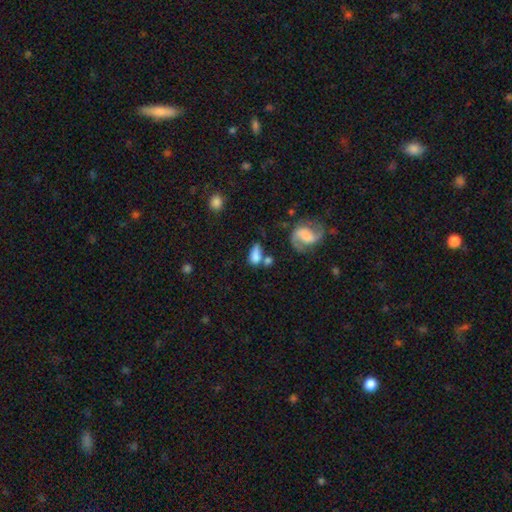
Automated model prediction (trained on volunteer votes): smooth_or_featured: smooth (p=0.71) [alt: featured or disk p=0.19]
how_rounded: in between (p=0.80) [alt: round p=0.11]
merging: none (p=0.44) [alt: merger p=0.25]